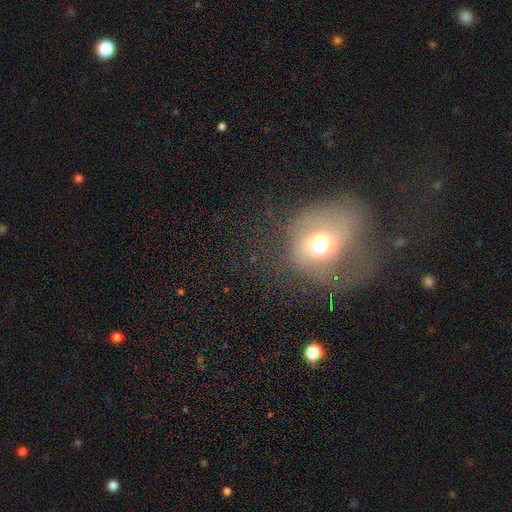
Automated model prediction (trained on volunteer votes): A featured or disk galaxy (50%). Merging: none (43%).